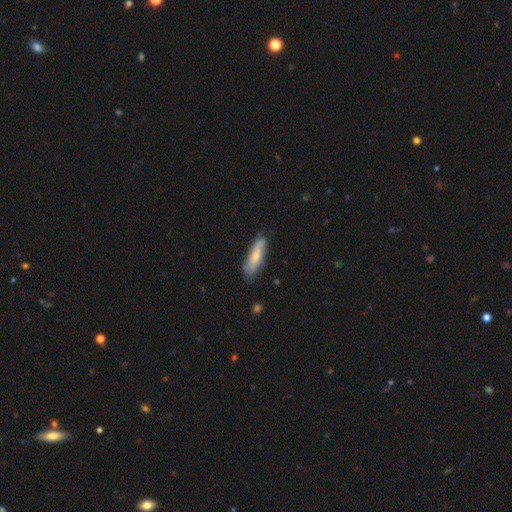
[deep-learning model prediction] This is likely a smooth galaxy (64%). How rounded: possibly cigar-shaped (58%). Merging: likely none (73%).